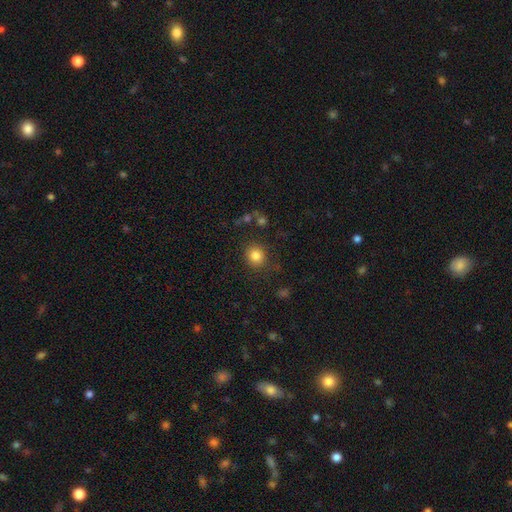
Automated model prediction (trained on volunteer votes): This appears to be a smooth galaxy with no disk features (84%) that is round (84%). Merging: none (84%).